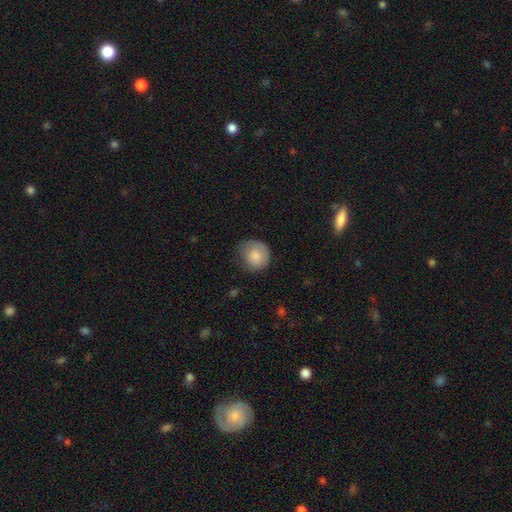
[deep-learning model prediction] Smooth or featured? smooth (78%)
How rounded? round (82%)
Merging? none (56%)